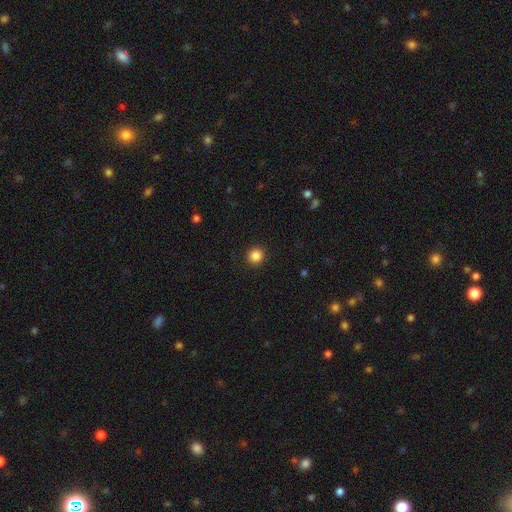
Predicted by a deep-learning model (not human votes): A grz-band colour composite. It shows a smooth galaxy with no disk features (86%) that is round (94%). Merging: none (93%).